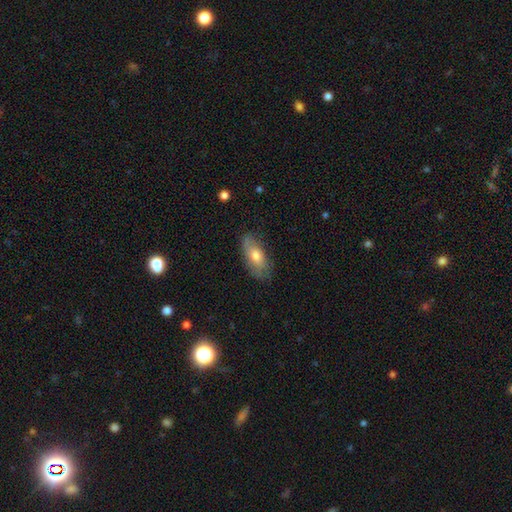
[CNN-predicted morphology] type=smooth (64%); roundness=in between (85%); merging=none (72%).